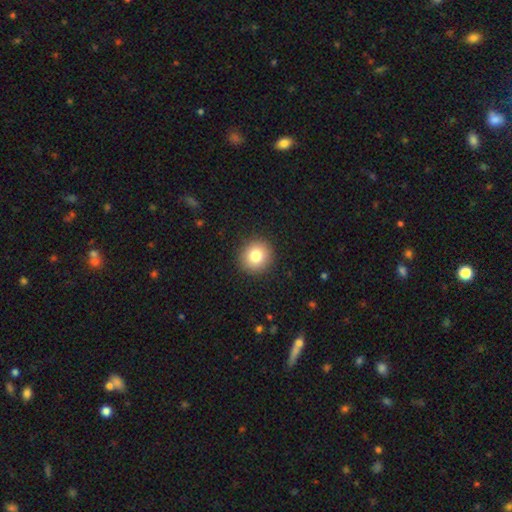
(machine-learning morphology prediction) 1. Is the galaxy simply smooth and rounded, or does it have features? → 82% smooth, 10% star or artifact, 9% featured or disk.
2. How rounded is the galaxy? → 91% round, 8% in between, 1% cigar-shaped.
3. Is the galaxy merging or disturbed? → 92% none, 5% minor disturbance, 2% major disturbance, 1% merger.